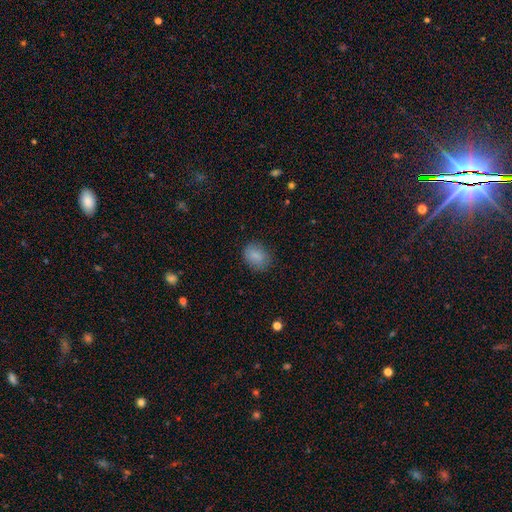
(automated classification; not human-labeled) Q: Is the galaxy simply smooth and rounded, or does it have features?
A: smooth — 85%.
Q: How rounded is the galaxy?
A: in between — 60%.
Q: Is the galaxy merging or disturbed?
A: none — 79%.